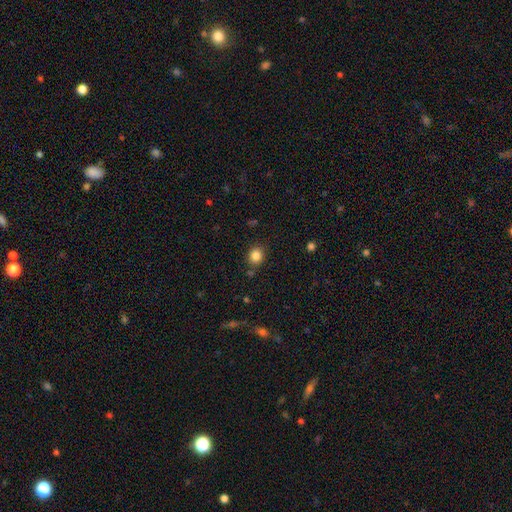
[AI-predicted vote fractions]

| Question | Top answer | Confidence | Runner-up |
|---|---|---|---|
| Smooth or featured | smooth | 84% | star or artifact (11%) |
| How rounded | round | 76% | in between (24%) |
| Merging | none | 83% | minor disturbance (10%) |